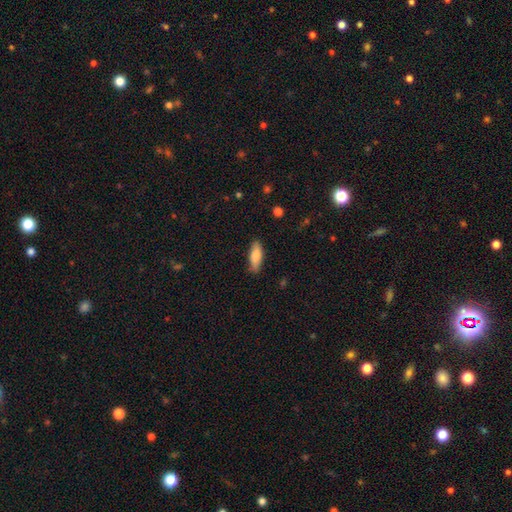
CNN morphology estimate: smooth 81%, featured or disk 13%, star or artifact 6%. Down the decision tree: how rounded — in between (62%); merging — none (85%).